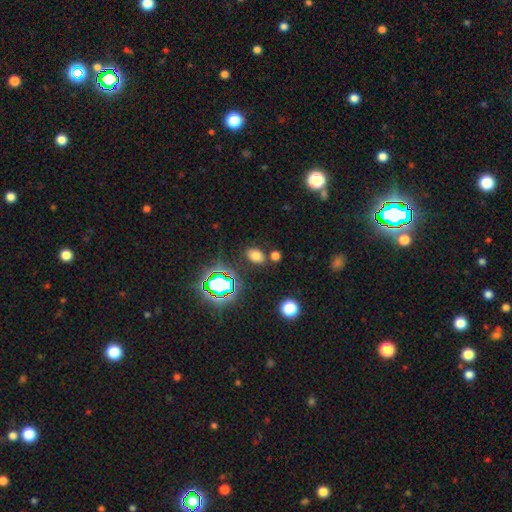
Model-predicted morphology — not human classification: A smooth galaxy with no disk features (68%) that is in between round and cigar-shaped (80%). Merging: none (77%).